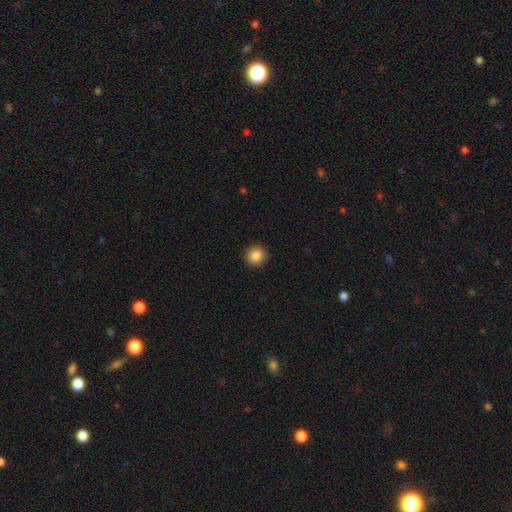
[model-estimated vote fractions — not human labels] This is clearly a smooth galaxy (87%). How rounded: clearly round (95%). Merging: clearly none (93%).